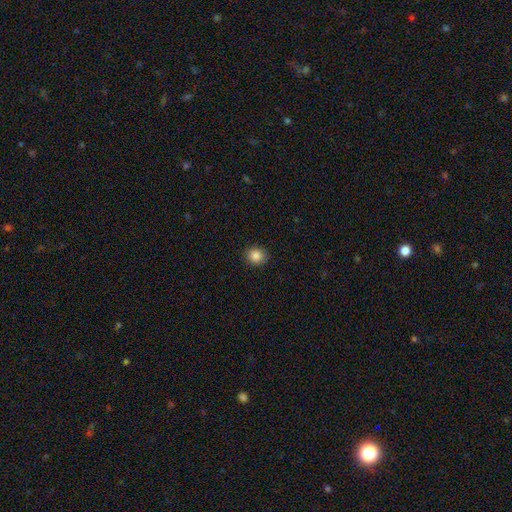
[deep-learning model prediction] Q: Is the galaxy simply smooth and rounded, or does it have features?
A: smooth — 86%.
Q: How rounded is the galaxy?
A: round — 84%.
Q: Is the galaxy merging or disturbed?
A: none — 91%.